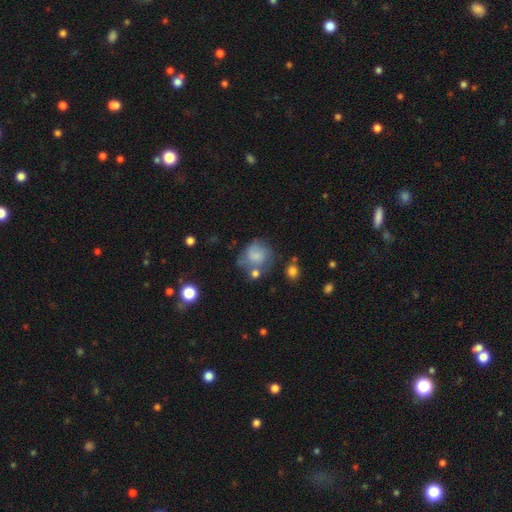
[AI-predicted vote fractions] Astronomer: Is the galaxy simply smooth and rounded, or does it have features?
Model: smooth — 68%.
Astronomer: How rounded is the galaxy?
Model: round — 76%.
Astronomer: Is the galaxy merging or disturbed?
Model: none — 44% (runner-up: minor disturbance, 25%).